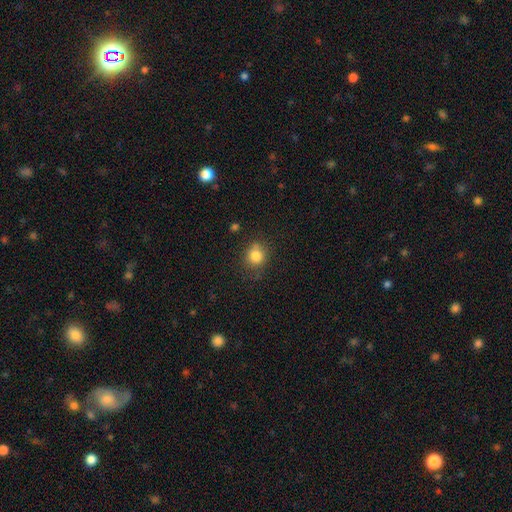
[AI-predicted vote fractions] A smooth galaxy with no disk features (82%) that is round (75%).

Vote fractions:
- Smooth or featured? smooth: 82% / star or artifact: 11% / featured or disk: 7%
- How rounded? round: 75% / in between: 24% / cigar-shaped: 1%
- Merging? none: 70% / minor disturbance: 20% / major disturbance: 6% / merger: 4%